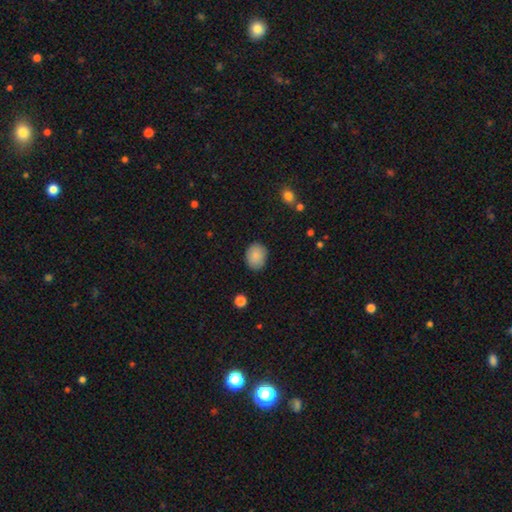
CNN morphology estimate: Smooth or featured? smooth (88%)
How rounded? in between (55%)
Merging? none (86%)